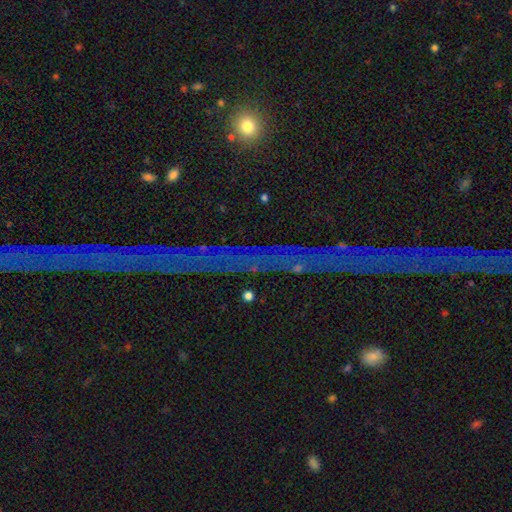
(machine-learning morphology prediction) Q: Smooth or featured?
A: star or artifact (64%); runner-up: smooth (21%)